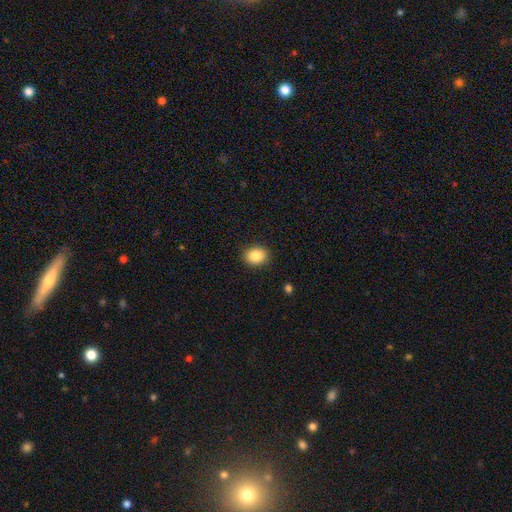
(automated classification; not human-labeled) Overall: smooth (86%). How rounded: round (52%; in between 47%). Merging: none (89%).